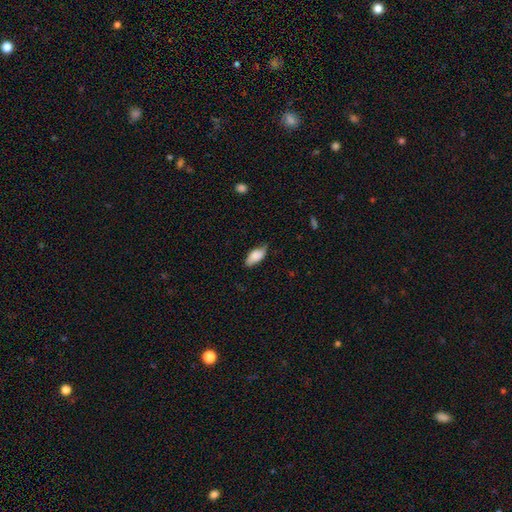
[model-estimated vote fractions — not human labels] smooth 79%, featured or disk 15%, star or artifact 7%. Down the decision tree: how rounded — in between (88%); merging — none (67%).